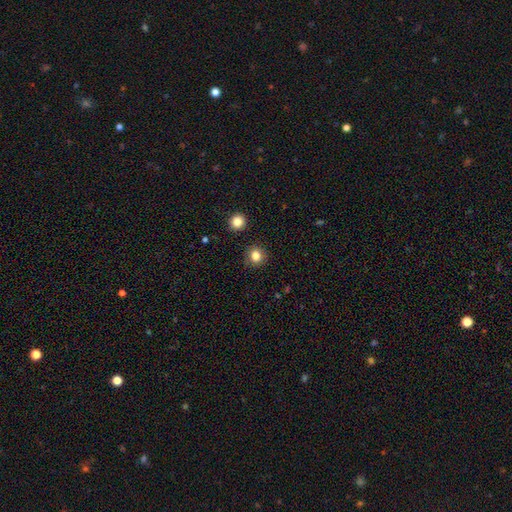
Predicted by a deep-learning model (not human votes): Smooth or featured? smooth (82%)
How rounded? round (88%)
Merging? none (89%)